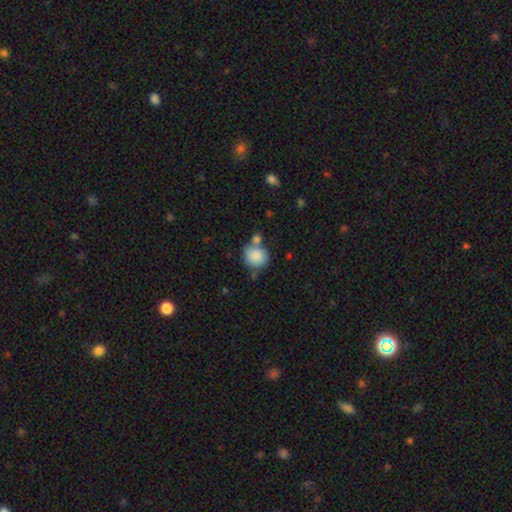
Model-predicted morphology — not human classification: Overall: smooth (85%). How rounded: round (82%). Merging: none (52%; merger 27%).